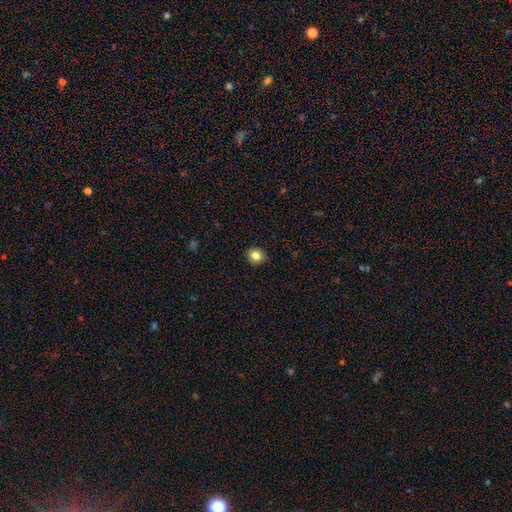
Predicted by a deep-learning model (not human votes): Smooth or featured? smooth (83%)
How rounded? round (83%)
Merging? none (92%)